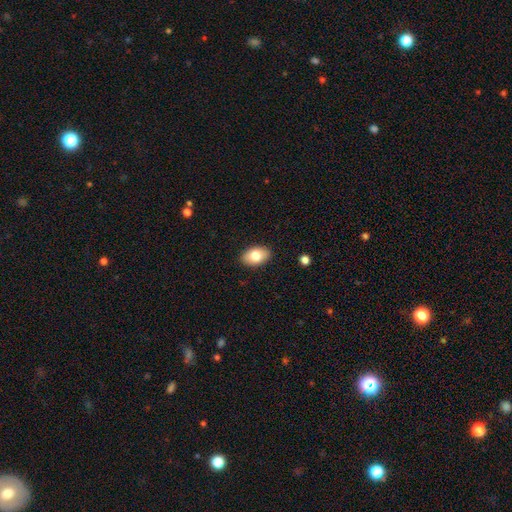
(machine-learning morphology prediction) This appears to be a smooth galaxy with no disk features (78%) that is in between round and cigar-shaped (89%). Merging: none (89%).